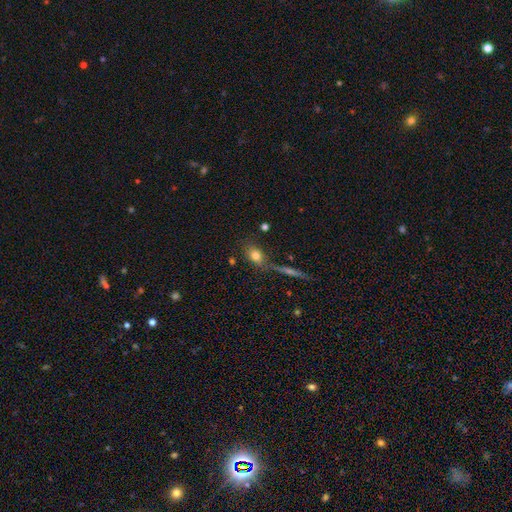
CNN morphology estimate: smooth 76%, featured or disk 13%, star or artifact 11%. Down the decision tree: how rounded — in between (66%); merging — none (65%).